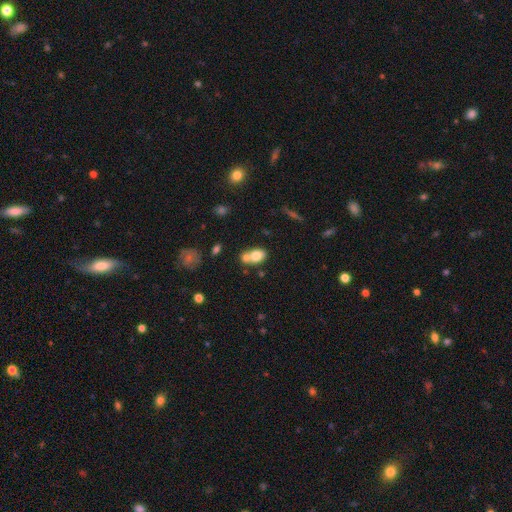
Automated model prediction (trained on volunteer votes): smooth-or-featured: smooth: 76% | featured or disk: 15% | star or artifact: 9%
  how-rounded: in between: 71% | round: 27% | cigar-shaped: 2%
  merging: merger: 51% | none: 36% | minor disturbance: 10% | major disturbance: 4%